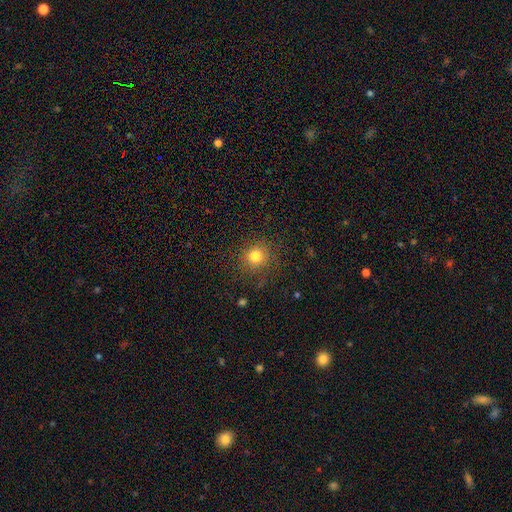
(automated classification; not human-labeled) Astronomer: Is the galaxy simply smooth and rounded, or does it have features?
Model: smooth — 80%.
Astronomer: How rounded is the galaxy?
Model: round — 88%.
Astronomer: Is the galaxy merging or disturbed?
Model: none — 84%.